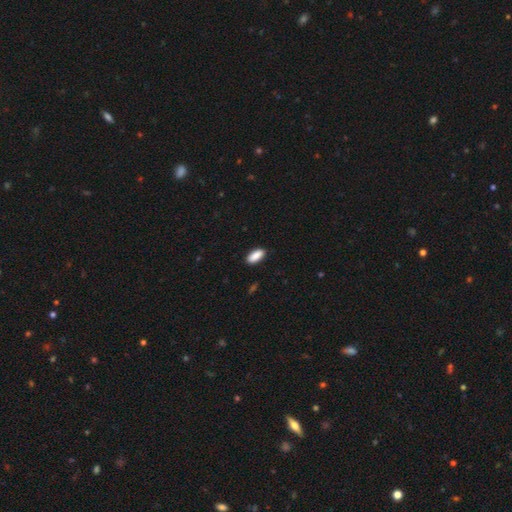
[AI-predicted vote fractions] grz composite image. It shows a smooth galaxy with no disk features (89%) that is in between round and cigar-shaped (83%). Merging: none (88%).